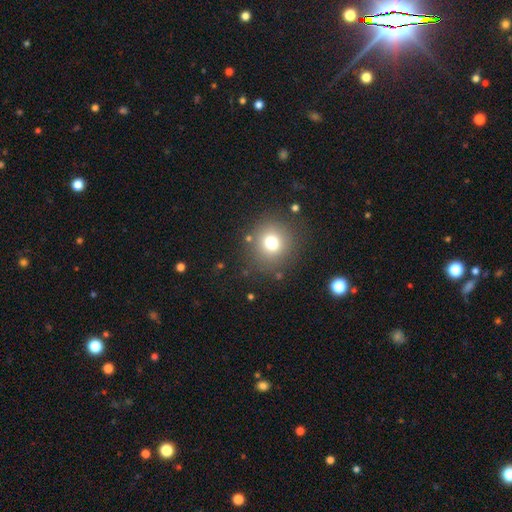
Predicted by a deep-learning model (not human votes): smooth_or_featured: smooth (p=0.43) [tied with: star or artifact p=0.43]
merging: none (p=0.88) [alt: minor disturbance p=0.07]